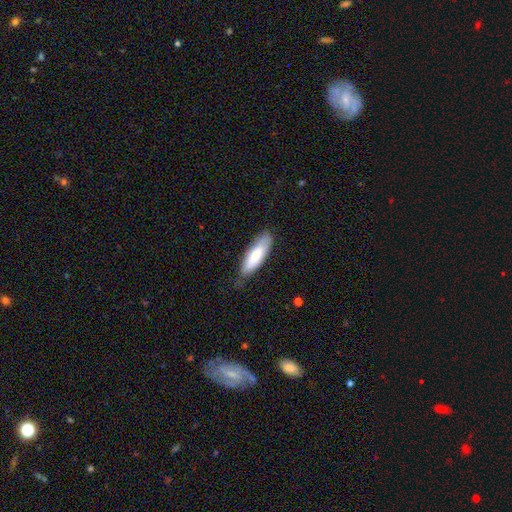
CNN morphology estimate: Q: Smooth or featured?
A: smooth (68%); runner-up: featured or disk (27%)
Q: How rounded?
A: in between (56%); runner-up: cigar-shaped (42%)
Q: Merging?
A: none (73%); runner-up: minor disturbance (22%)